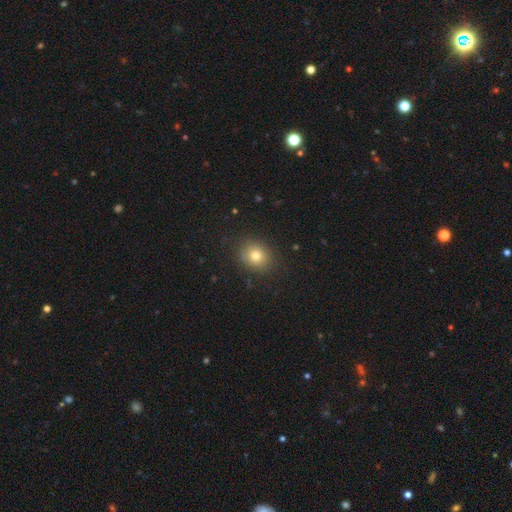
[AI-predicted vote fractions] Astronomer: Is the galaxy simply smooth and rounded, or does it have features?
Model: smooth — 76%.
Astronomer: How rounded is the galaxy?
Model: round — 73%.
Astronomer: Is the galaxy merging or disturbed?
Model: none — 86%.